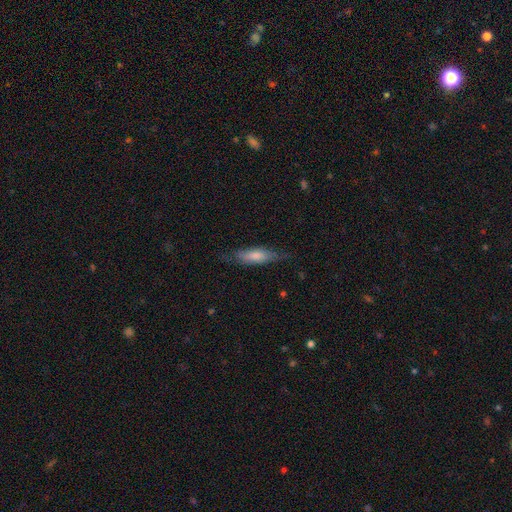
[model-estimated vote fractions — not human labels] Smooth or featured: smooth — 64% (featured or disk — 30%)
How rounded: cigar-shaped — 49% (tied with in between — 49%)
Merging: none — 66% (minor disturbance — 24%)